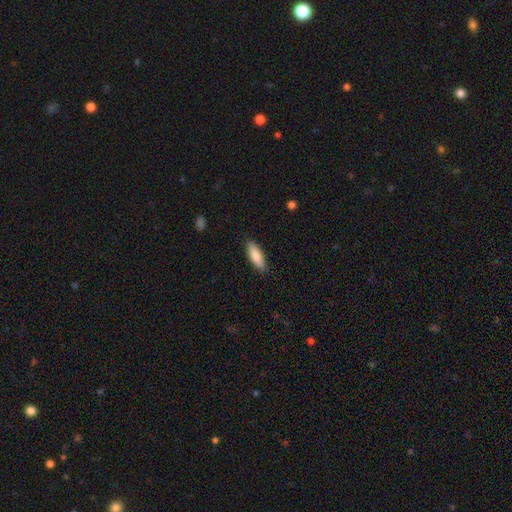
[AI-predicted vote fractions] This is clearly a smooth galaxy (83%). How rounded: possibly in between (58%). Merging: clearly none (88%).